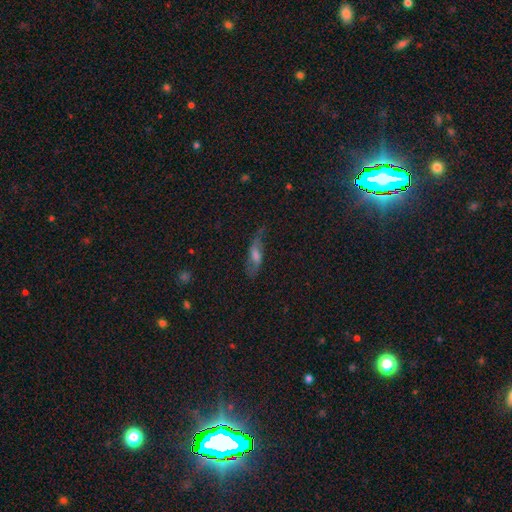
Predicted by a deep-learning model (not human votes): Q: Smooth or featured?
A: smooth (49%); runner-up: featured or disk (40%)
Q: Merging?
A: none (51%); runner-up: minor disturbance (29%)